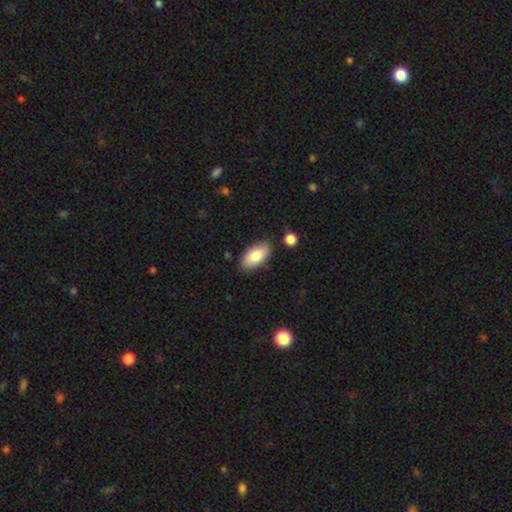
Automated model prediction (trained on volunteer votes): smooth 82%, featured or disk 12%, star or artifact 6%. Down the decision tree: how rounded — in between (93%); merging — none (82%).